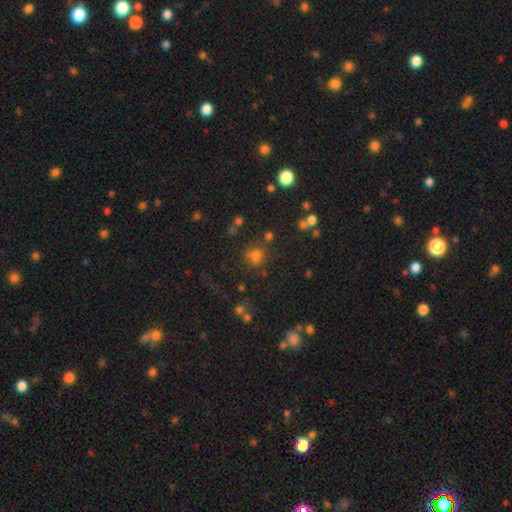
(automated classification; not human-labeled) smooth-or-featured: smooth: 68% | star or artifact: 25% | featured or disk: 8%
  how-rounded: round: 83% | in between: 16% | cigar-shaped: 1%
  merging: none: 72% | minor disturbance: 13% | merger: 9% | major disturbance: 6%